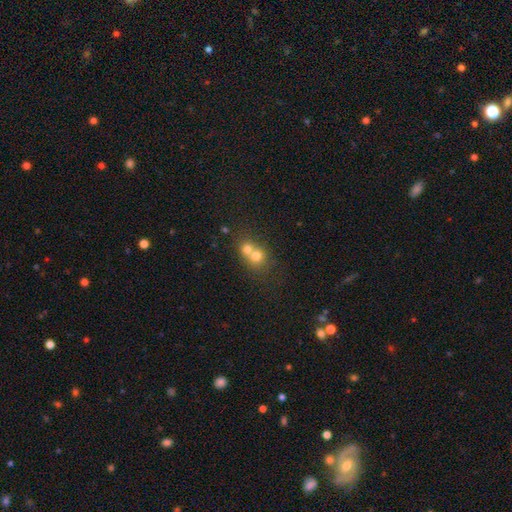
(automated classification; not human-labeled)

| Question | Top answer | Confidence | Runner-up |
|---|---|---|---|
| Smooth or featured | smooth | 71% | featured or disk (18%) |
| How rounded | round | 77% | in between (22%) |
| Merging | merger | 67% | none (26%) |